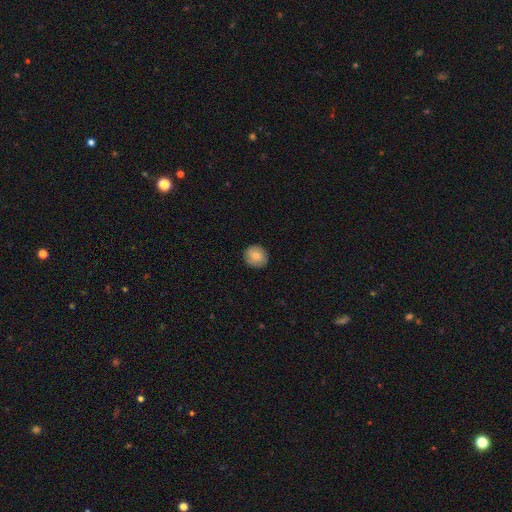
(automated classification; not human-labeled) Q: Smooth or featured?
A: smooth (81%); runner-up: featured or disk (11%)
Q: How rounded?
A: round (83%); runner-up: in between (16%)
Q: Merging?
A: none (87%); runner-up: minor disturbance (10%)